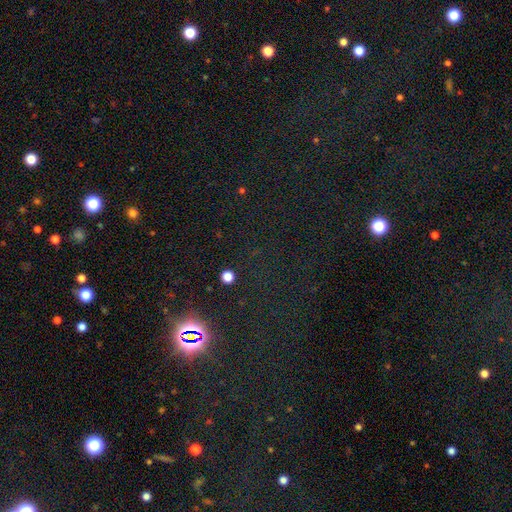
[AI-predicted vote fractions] A star or artifact, not a galaxy (78%).

Vote fractions:
- Smooth or featured? star or artifact: 78% / smooth: 14% / featured or disk: 8%